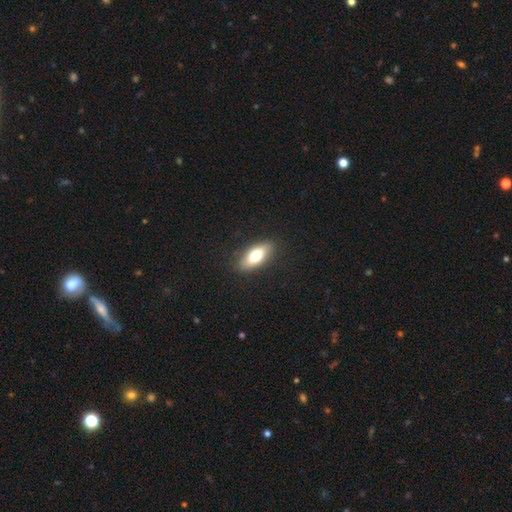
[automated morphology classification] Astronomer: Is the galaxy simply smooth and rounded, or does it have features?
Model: smooth — 73%.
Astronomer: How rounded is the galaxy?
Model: in between — 78%.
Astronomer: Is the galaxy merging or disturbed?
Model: none — 87%.